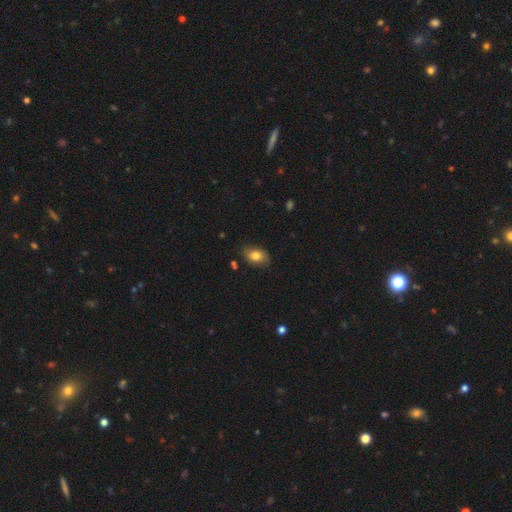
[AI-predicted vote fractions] Morphology: type=smooth (79%); roundness=in between (84%); merging=none (77%).